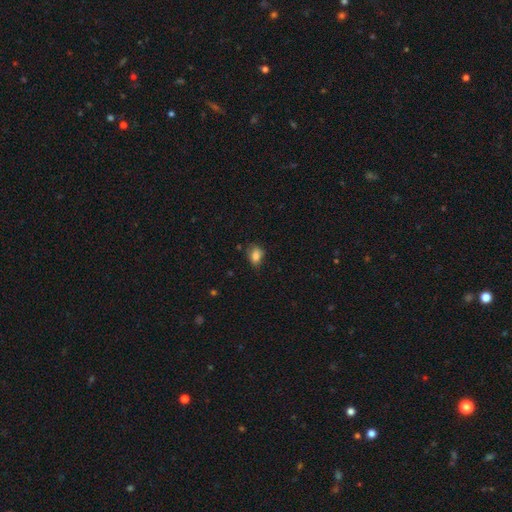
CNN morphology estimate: The model was most divided on "merging": none: 59%, minor disturbance: 30%, major disturbance: 7%, merger: 3%. More confident: smooth or featured — smooth (81%); how rounded — in between (72%).